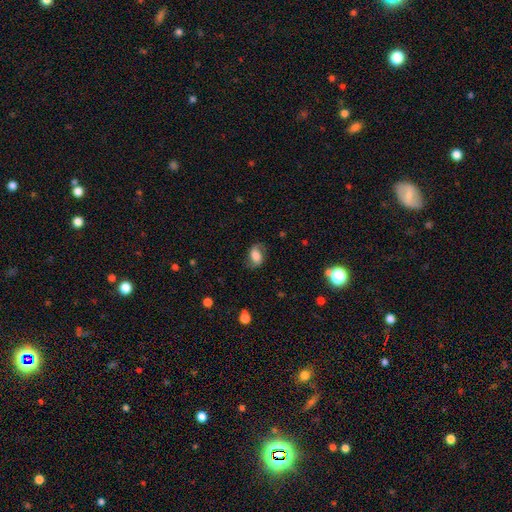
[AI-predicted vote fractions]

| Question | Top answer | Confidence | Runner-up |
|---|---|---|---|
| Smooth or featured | smooth | 54% | featured or disk (37%) |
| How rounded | in between | 77% | round (21%) |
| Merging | none | 66% | minor disturbance (22%) |